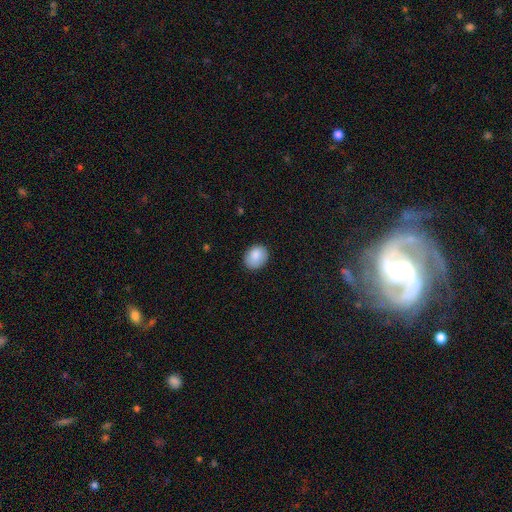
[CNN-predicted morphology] Overall: smooth (86%). How rounded: round (50%; in between 49%). Merging: none (85%).